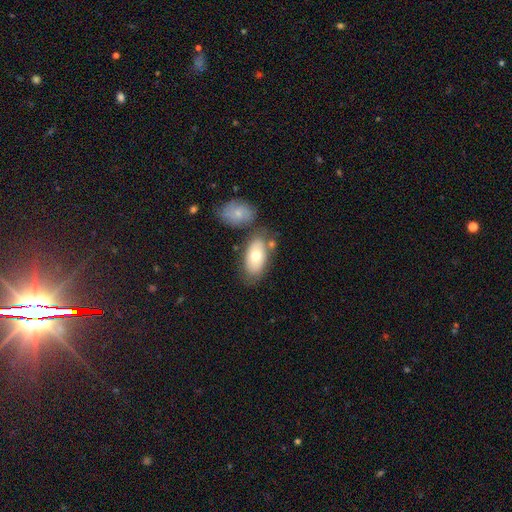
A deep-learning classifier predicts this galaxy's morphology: This is likely a smooth galaxy (70%). How rounded: clearly in between (93%). Merging: likely none (60%).